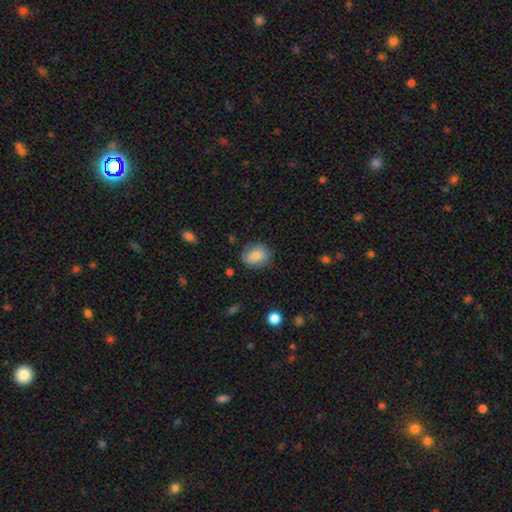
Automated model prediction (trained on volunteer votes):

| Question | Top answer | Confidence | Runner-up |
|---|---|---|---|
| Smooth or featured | smooth | 78% | featured or disk (14%) |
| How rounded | round | 50% | in between (49%) |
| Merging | none | 75% | minor disturbance (19%) |